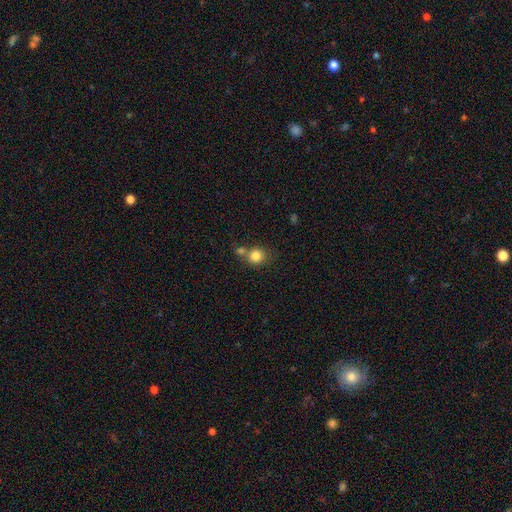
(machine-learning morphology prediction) This is clearly a smooth galaxy (82%). How rounded: clearly round (85%). Merging: possibly none (54%).